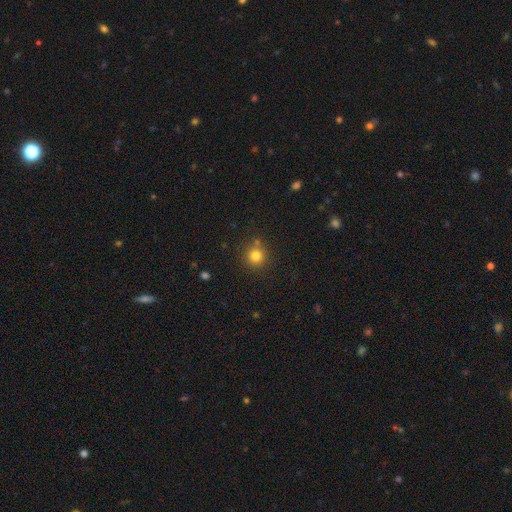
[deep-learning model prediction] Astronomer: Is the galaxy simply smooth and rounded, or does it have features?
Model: smooth — 81%.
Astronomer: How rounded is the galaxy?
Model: round — 93%.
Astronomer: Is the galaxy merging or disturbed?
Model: none — 82%.